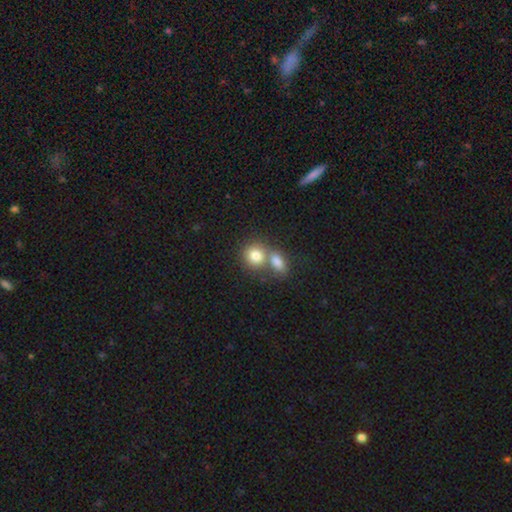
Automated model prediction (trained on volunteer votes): Smooth or featured? Predicted: smooth (p=0.80). How rounded? Predicted: round (p=0.72). Merging? Predicted: merger (p=0.53).